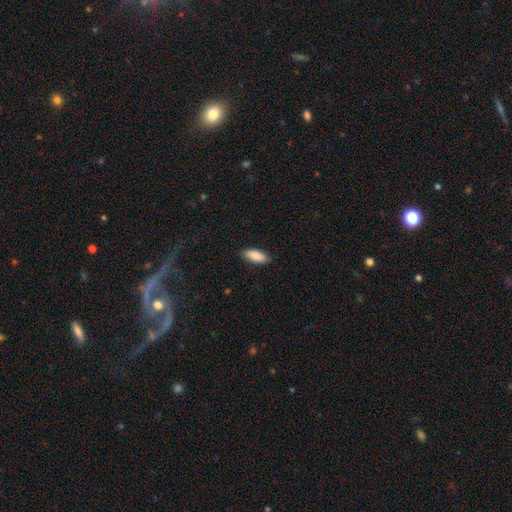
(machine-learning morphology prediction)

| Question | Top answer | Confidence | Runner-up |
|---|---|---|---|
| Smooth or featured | smooth | 87% | featured or disk (7%) |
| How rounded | in between | 77% | cigar-shaped (21%) |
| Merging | none | 88% | minor disturbance (9%) |